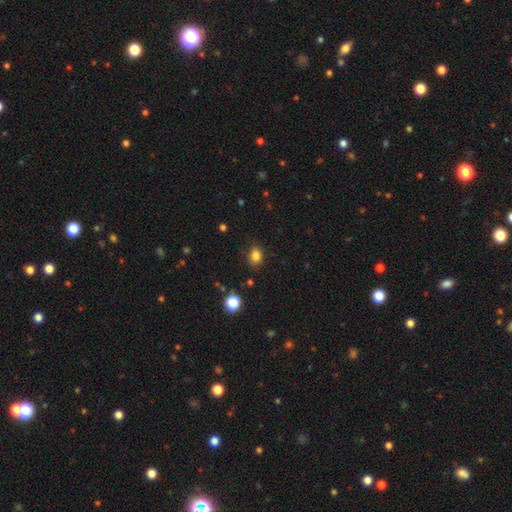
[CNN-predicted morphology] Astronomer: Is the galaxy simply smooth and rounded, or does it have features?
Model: smooth — 83%.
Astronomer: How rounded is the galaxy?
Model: in between — 57% (runner-up: round, 42%).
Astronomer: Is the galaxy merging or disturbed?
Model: none — 80%.